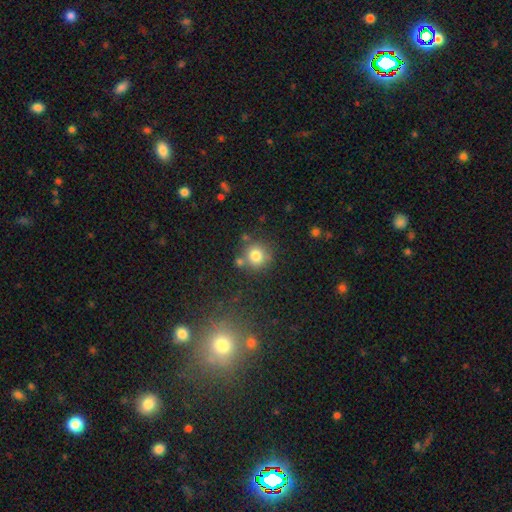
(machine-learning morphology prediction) Smooth or featured: smooth — 79% (star or artifact — 13%)
How rounded: round — 91% (in between — 8%)
Merging: none — 73% (merger — 11%)